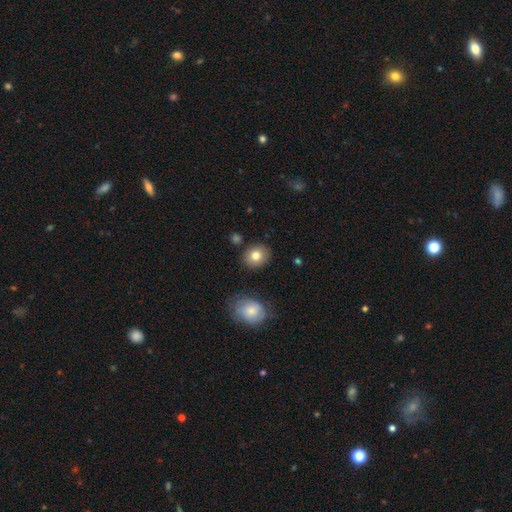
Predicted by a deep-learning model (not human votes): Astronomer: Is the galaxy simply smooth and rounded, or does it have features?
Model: smooth — 80%.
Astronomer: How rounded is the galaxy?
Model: round — 62% (runner-up: in between, 37%).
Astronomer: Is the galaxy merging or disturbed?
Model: none — 86%.